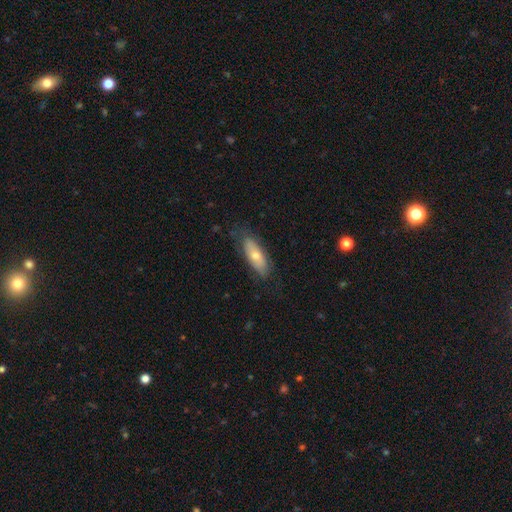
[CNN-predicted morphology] A smooth galaxy with no disk features (62%) that is in between round and cigar-shaped (64%). Merging: none (75%).